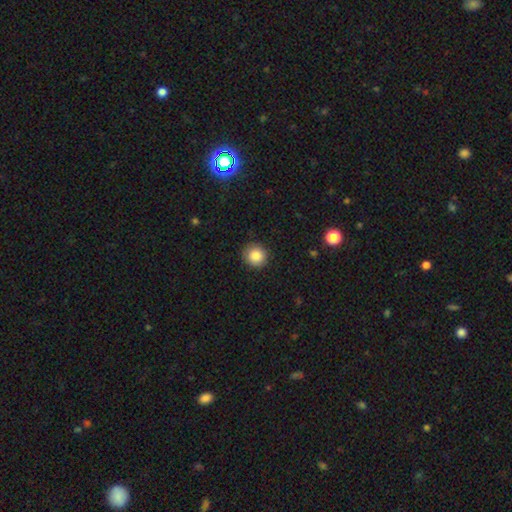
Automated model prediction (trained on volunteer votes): smooth 86%, star or artifact 9%, featured or disk 5%. Down the decision tree: how rounded — round (93%); merging — none (88%).